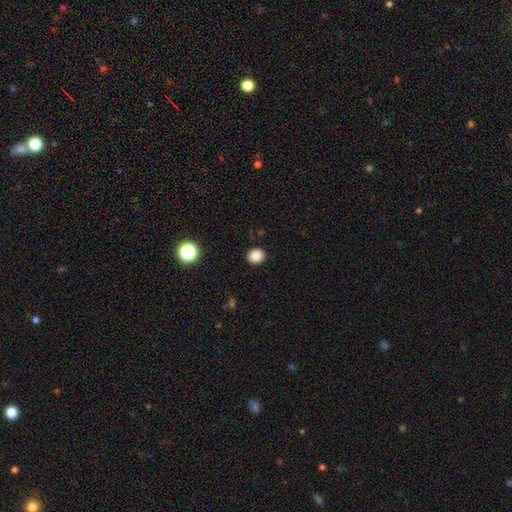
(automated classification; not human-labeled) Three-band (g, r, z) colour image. It shows a smooth galaxy with no disk features (86%) that is round (71%). Merging: none (90%).